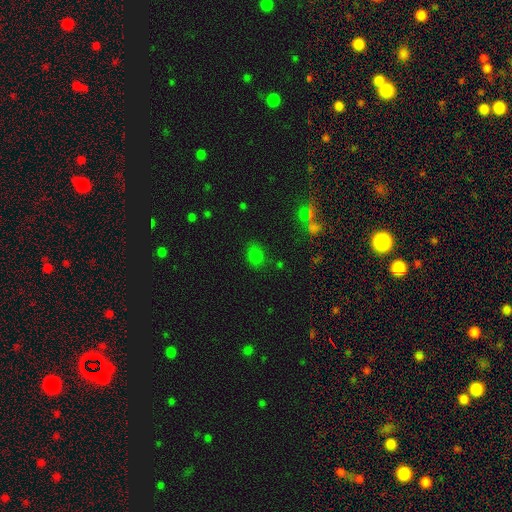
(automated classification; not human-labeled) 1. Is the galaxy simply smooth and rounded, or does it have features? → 74% smooth, 20% star or artifact, 6% featured or disk.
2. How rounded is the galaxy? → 51% in between, 47% round, 1% cigar-shaped.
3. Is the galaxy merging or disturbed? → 76% none, 15% minor disturbance, 5% major disturbance, 3% merger.